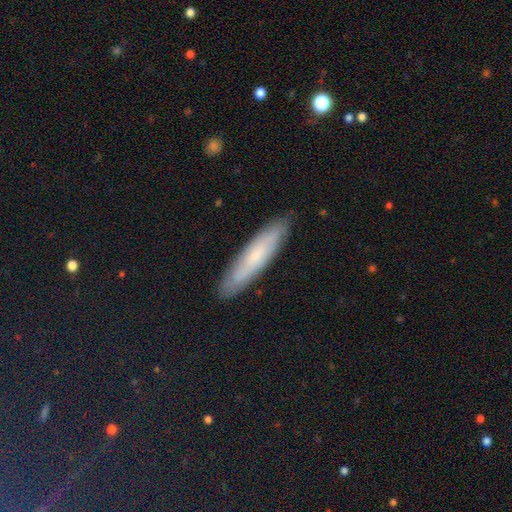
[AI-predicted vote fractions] Q: Smooth or featured?
A: smooth (53%); runner-up: featured or disk (39%)
Q: How rounded?
A: cigar-shaped (81%); runner-up: in between (18%)
Q: Merging?
A: none (87%); runner-up: minor disturbance (11%)